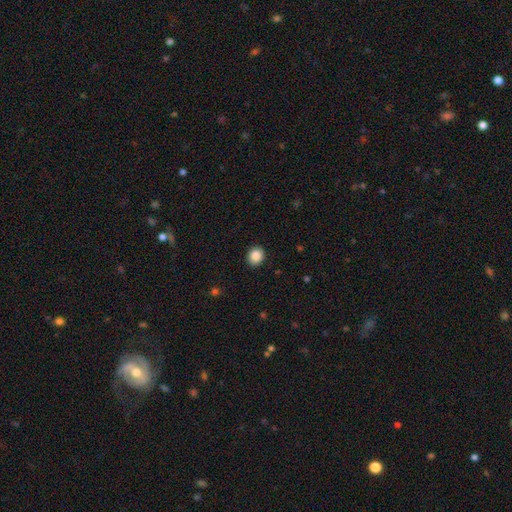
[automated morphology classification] Smooth or featured? smooth (87%)
How rounded? round (71%)
Merging? none (91%)